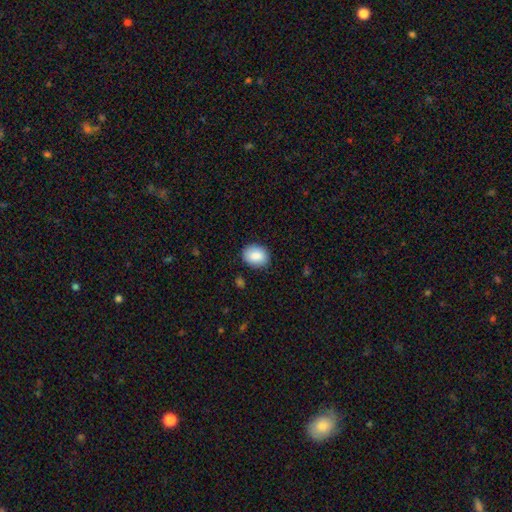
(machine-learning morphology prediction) This is clearly a smooth galaxy (88%). How rounded: possibly in between (60%). Merging: clearly none (85%).